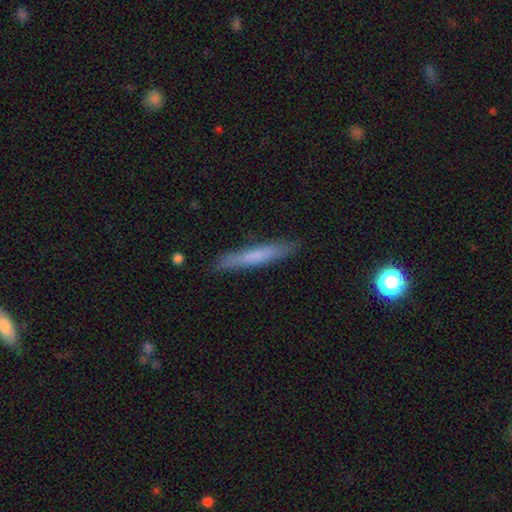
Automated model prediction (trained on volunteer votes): Q: Smooth or featured?
A: smooth (66%); runner-up: featured or disk (28%)
Q: How rounded?
A: cigar-shaped (94%); runner-up: in between (5%)
Q: Merging?
A: none (86%); runner-up: minor disturbance (10%)